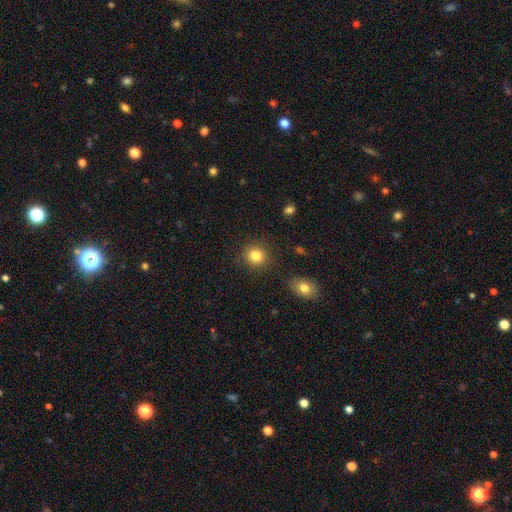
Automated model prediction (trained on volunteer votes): This is clearly a smooth galaxy (83%). How rounded: clearly round (86%). Merging: clearly none (88%).